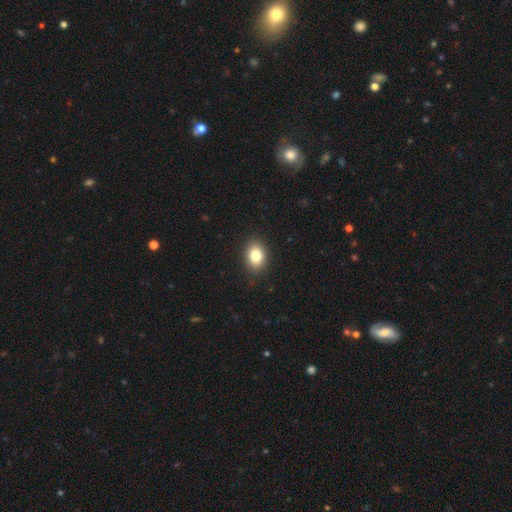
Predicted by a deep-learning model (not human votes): The model was most divided on "how rounded": in between: 66%, round: 33%, cigar-shaped: 1%. More confident: merging — none (89%); smooth or featured — smooth (83%).